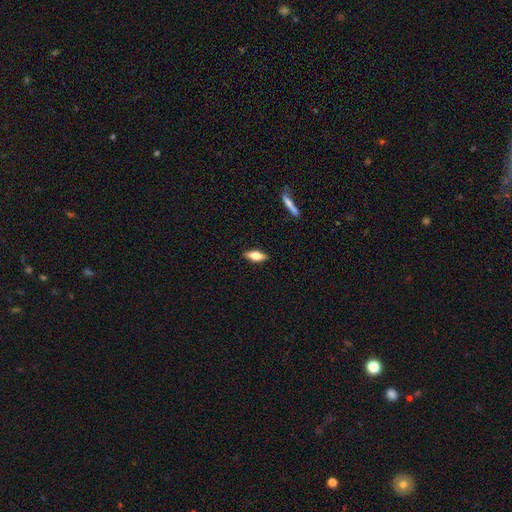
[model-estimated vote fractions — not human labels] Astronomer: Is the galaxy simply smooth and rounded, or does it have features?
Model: smooth — 63%.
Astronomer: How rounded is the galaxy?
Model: in between — 69%.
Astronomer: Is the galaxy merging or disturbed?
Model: none — 89%.